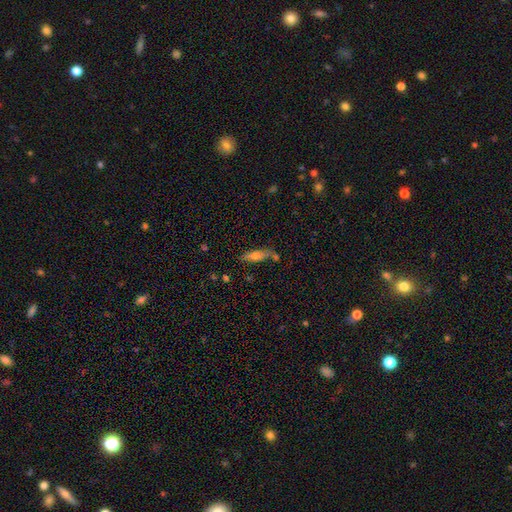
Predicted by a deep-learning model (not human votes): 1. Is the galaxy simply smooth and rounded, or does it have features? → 61% smooth, 31% featured or disk, 8% star or artifact.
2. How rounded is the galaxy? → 60% cigar-shaped, 37% in between, 3% round.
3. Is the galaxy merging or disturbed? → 67% none, 17% minor disturbance, 11% merger, 4% major disturbance.